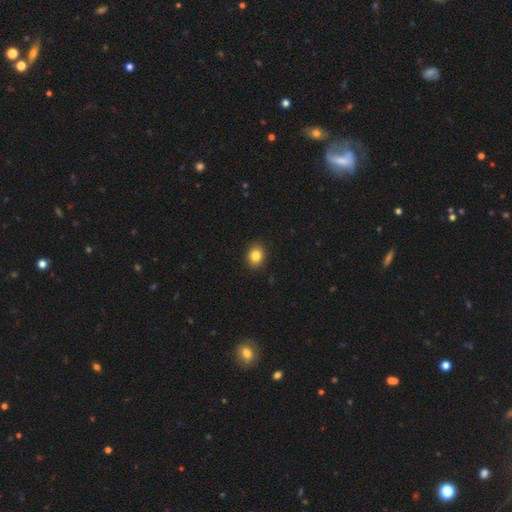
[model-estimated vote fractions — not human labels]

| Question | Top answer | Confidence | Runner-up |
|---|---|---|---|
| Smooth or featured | smooth | 84% | star or artifact (10%) |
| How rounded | round | 52% | in between (47%) |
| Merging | none | 90% | minor disturbance (7%) |